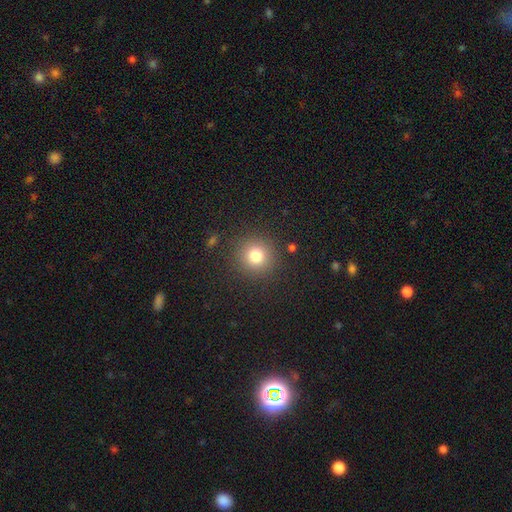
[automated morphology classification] A smooth galaxy with no disk features (78%) that is round (94%). Merging: none (89%).